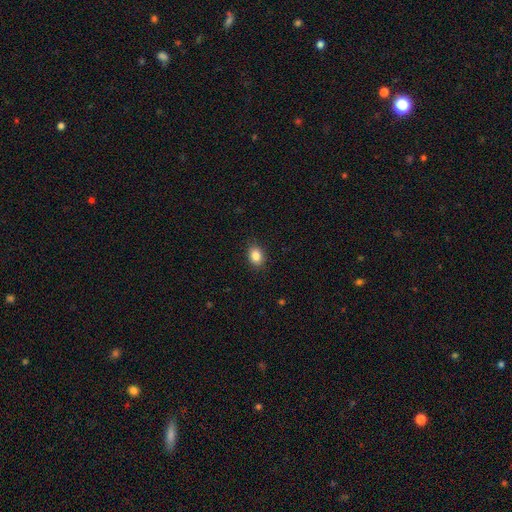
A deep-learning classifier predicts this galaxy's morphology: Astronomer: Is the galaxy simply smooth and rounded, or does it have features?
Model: smooth — 86%.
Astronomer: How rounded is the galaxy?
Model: in between — 64%.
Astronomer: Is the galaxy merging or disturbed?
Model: none — 87%.